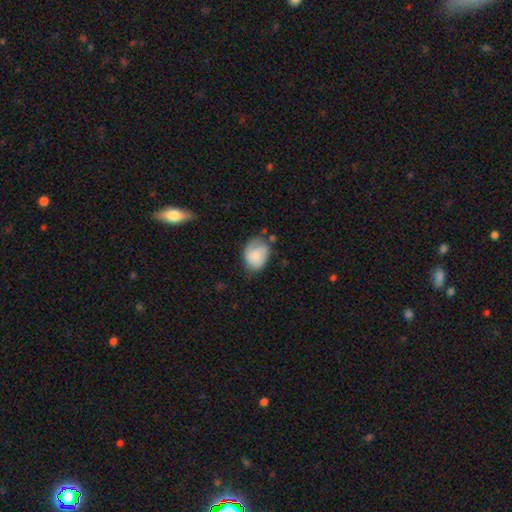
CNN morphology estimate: type=smooth (74%); roundness=in between (60%); merging=none (51%).